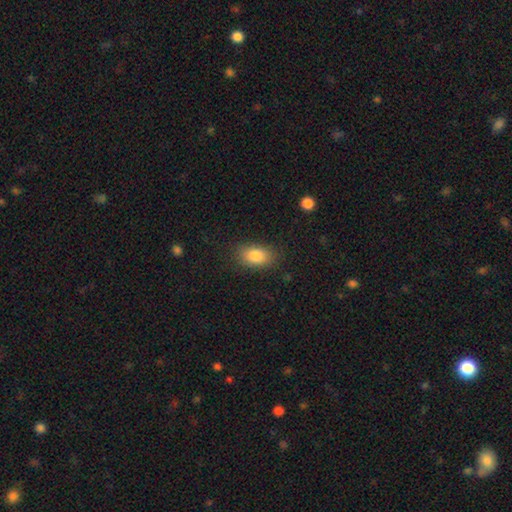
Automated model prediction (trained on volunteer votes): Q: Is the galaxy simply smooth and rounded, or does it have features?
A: smooth — 84%.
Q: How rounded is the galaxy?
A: in between — 87%.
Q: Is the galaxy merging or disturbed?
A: none — 84%.